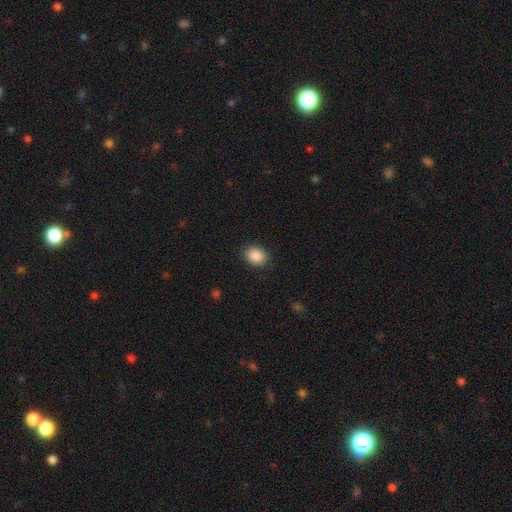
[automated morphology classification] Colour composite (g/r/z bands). It shows a smooth galaxy with no disk features (88%) that is round (57%). Merging: none (89%).